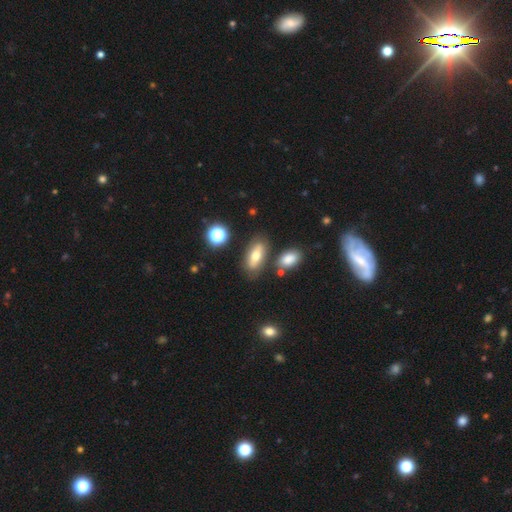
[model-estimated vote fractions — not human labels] The model was most divided on "smooth or featured": smooth: 61%, featured or disk: 29%, star or artifact: 10%. More confident: how rounded — in between (76%); merging — none (75%).